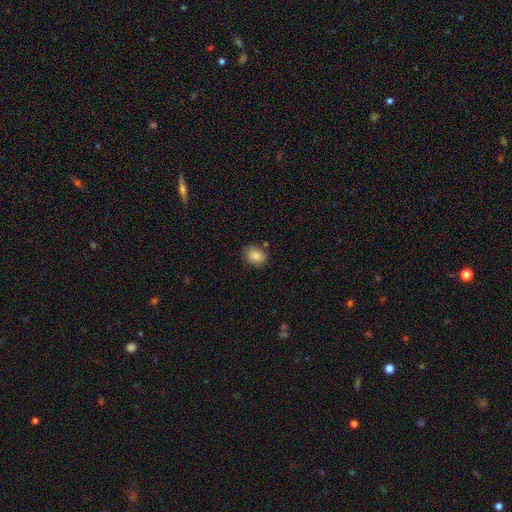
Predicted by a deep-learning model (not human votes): Smooth or featured? smooth (87%)
How rounded? in between (59%)
Merging? none (80%)